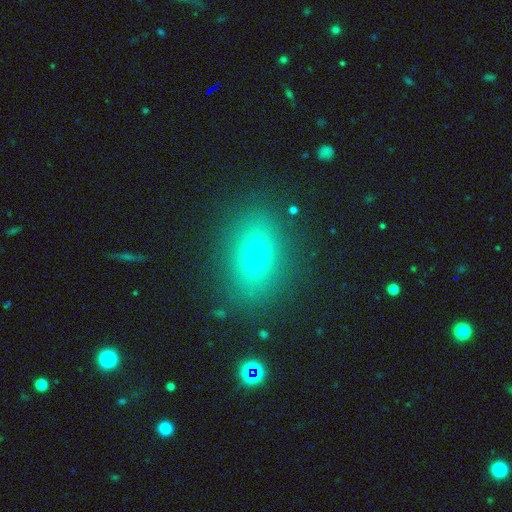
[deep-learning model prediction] This appears to be a smooth galaxy with no disk features (68%) that is in between round and cigar-shaped (73%). Merging: none (86%).